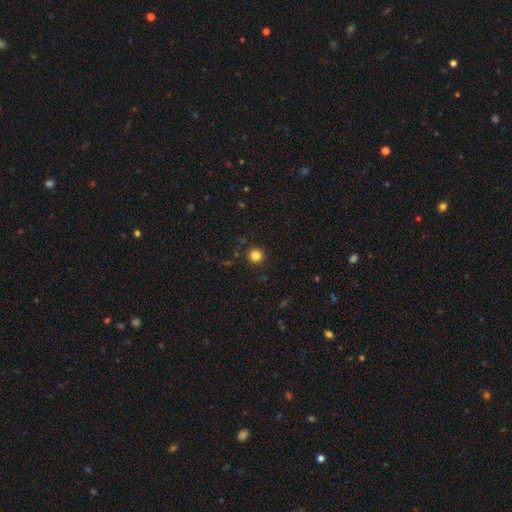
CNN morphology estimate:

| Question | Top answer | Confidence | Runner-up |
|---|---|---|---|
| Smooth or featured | smooth | 83% | star or artifact (13%) |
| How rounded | round | 95% | in between (4%) |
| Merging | none | 92% | minor disturbance (5%) |